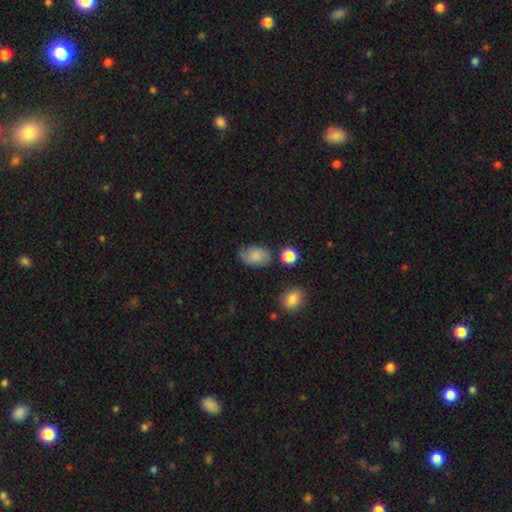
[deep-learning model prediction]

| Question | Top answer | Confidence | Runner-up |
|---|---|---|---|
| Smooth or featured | smooth | 80% | featured or disk (11%) |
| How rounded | in between | 85% | round (13%) |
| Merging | none | 70% | minor disturbance (21%) |